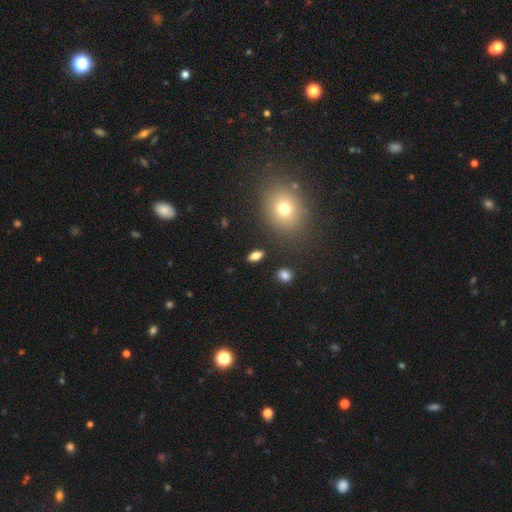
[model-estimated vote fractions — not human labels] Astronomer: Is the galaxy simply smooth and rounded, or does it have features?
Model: smooth — 78%.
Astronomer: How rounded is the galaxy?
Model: in between — 81%.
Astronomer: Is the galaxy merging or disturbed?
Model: none — 87%.